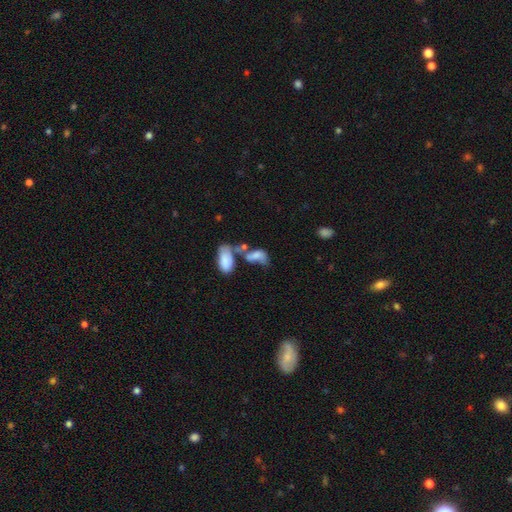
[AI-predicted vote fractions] smooth_or_featured: smooth (p=0.68) [alt: featured or disk p=0.22]
how_rounded: in between (p=0.89) [alt: round p=0.06]
merging: merger (p=0.45) [alt: none p=0.20]